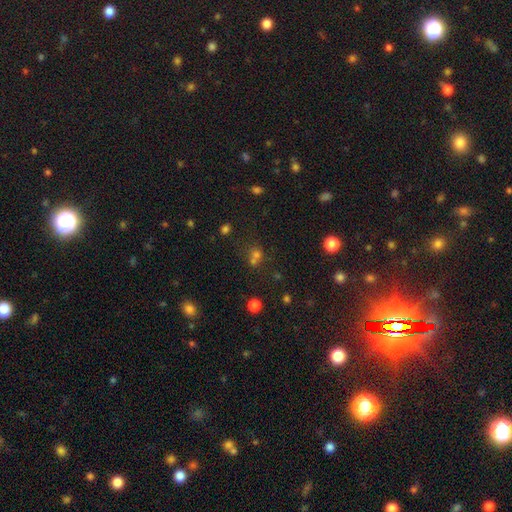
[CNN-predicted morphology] The model was most divided on "merging": none: 47%, merger: 40%, minor disturbance: 8%, major disturbance: 5%. More confident: how rounded — round (77%); smooth or featured — smooth (54%).